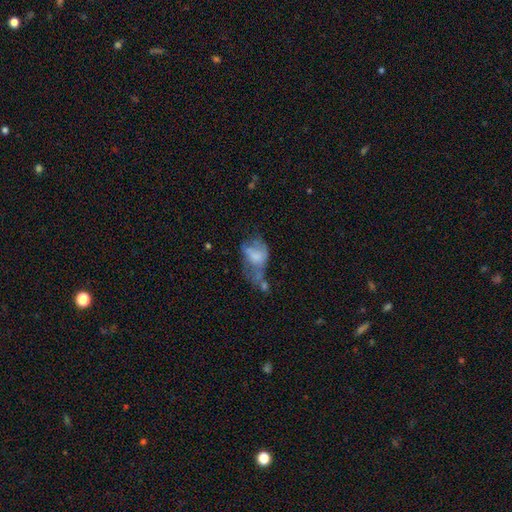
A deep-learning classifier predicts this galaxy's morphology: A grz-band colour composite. It shows a smooth galaxy with no disk features (54%) that is in between round and cigar-shaped (82%). Merging: major disturbance (41%).